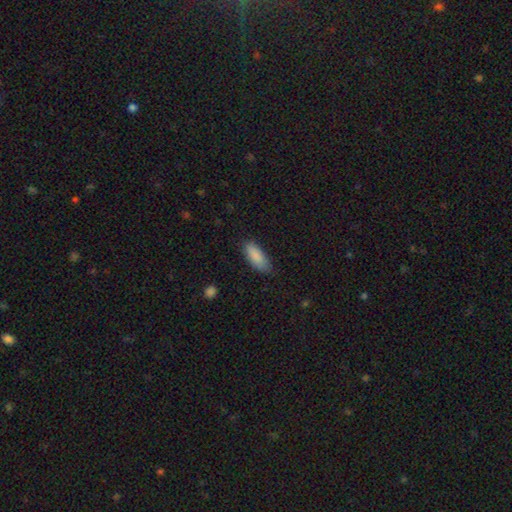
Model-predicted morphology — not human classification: Q: Smooth or featured?
A: smooth (88%); runner-up: featured or disk (6%)
Q: How rounded?
A: in between (76%); runner-up: cigar-shaped (22%)
Q: Merging?
A: none (78%); runner-up: minor disturbance (18%)